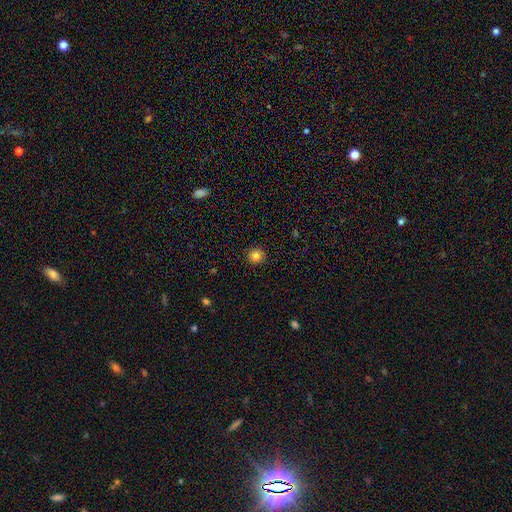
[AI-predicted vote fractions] smooth 82%, star or artifact 12%, featured or disk 6%. Down the decision tree: how rounded — round (93%); merging — none (92%).